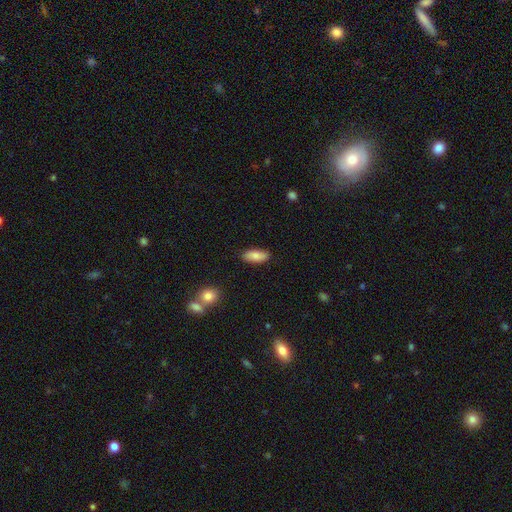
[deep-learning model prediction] smooth-or-featured: smooth: 83% | featured or disk: 10% | star or artifact: 6%
  how-rounded: in between: 82% | cigar-shaped: 15% | round: 2%
  merging: none: 87% | minor disturbance: 10% | major disturbance: 2% | merger: 1%